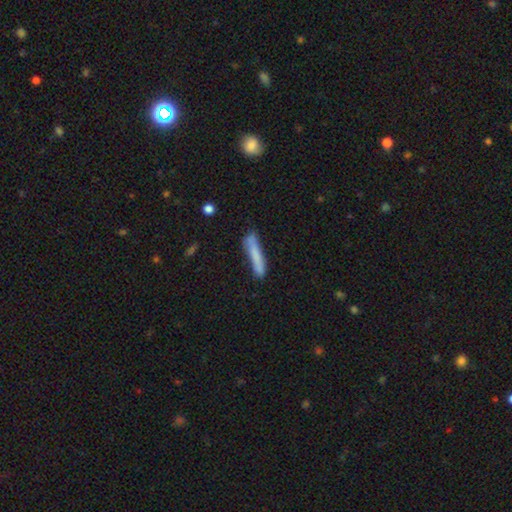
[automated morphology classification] smooth_or_featured: smooth (p=0.74) [alt: featured or disk p=0.19]
how_rounded: cigar-shaped (p=0.93) [alt: in between p=0.06]
merging: none (p=0.69) [alt: minor disturbance p=0.21]